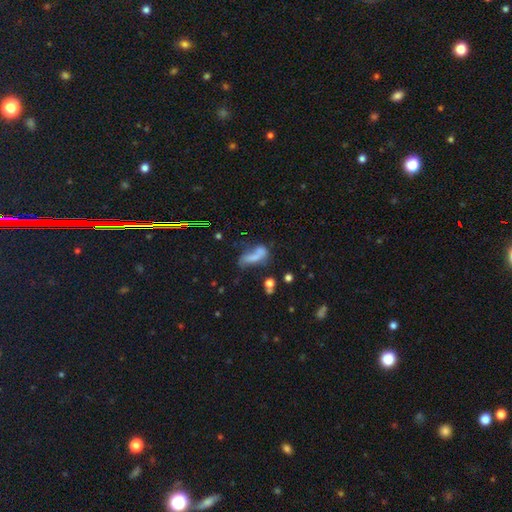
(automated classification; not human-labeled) smooth-or-featured: smooth: 53% | featured or disk: 31% | star or artifact: 15%
  how-rounded: in between: 68% | cigar-shaped: 23% | round: 8%
  merging: merger: 35% | none: 25% | major disturbance: 23% | minor disturbance: 16%